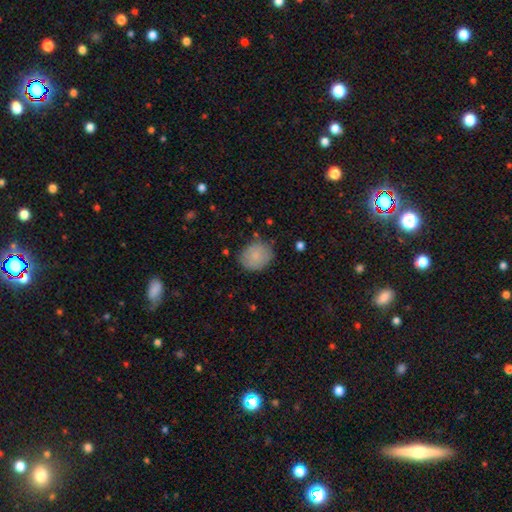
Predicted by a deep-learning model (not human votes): smooth-or-featured: smooth: 82% | featured or disk: 11% | star or artifact: 7%
  how-rounded: round: 69% | in between: 30% | cigar-shaped: 1%
  merging: none: 76% | minor disturbance: 18% | major disturbance: 4% | merger: 2%